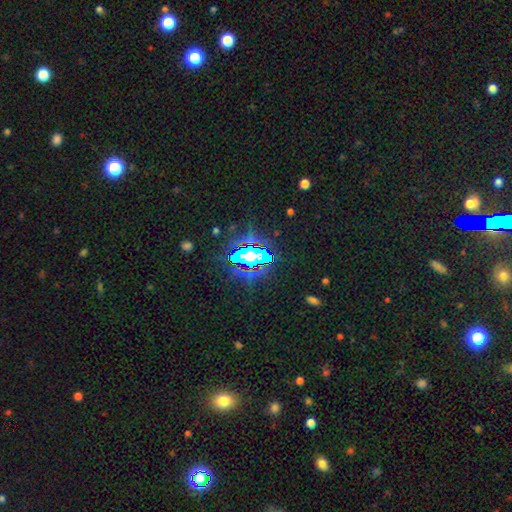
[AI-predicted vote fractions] Smooth or featured? Predicted: star or artifact (p=0.76).